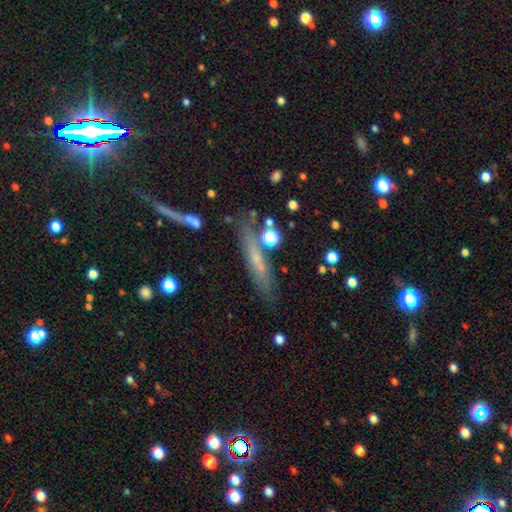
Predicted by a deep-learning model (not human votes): Overall: smooth (50%; featured or disk 38%). Merging: none (71%).